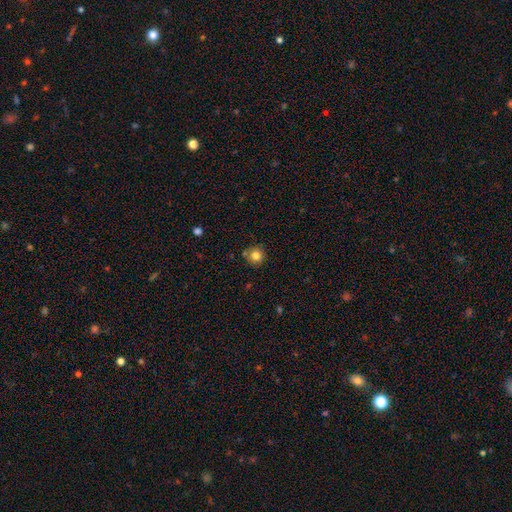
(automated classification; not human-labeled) Q: Smooth or featured?
A: smooth (81%); runner-up: star or artifact (12%)
Q: How rounded?
A: round (93%); runner-up: in between (6%)
Q: Merging?
A: none (83%); runner-up: minor disturbance (11%)